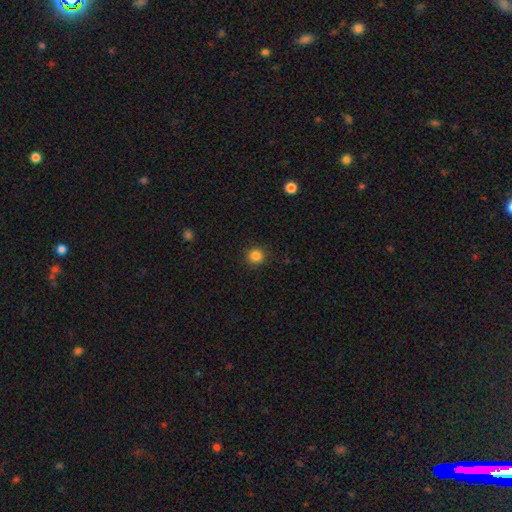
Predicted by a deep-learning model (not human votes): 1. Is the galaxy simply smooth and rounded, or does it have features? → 85% smooth, 12% star or artifact, 4% featured or disk.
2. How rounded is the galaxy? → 92% round, 7% in between, 1% cigar-shaped.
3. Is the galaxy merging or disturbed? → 91% none, 6% minor disturbance, 2% major disturbance, 1% merger.